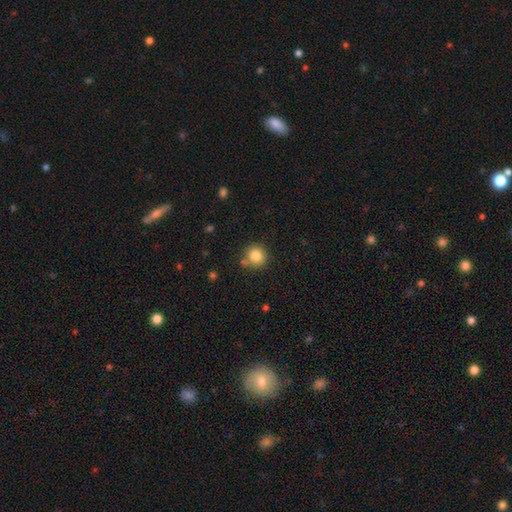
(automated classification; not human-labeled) Overall: smooth (83%). How rounded: round (91%). Merging: none (76%).